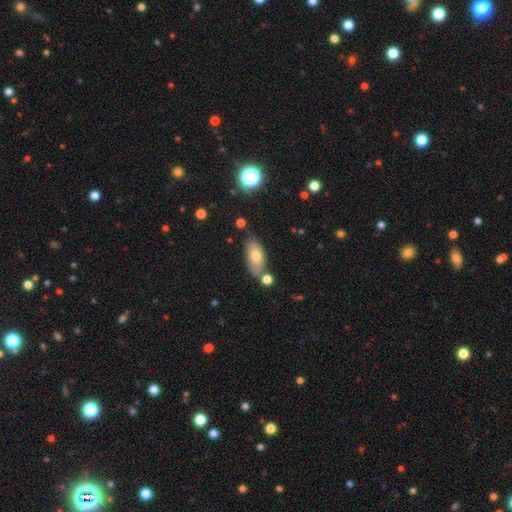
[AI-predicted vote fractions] smooth-or-featured: smooth: 69% | featured or disk: 22% | star or artifact: 10%
  how-rounded: in between: 87% | cigar-shaped: 9% | round: 4%
  merging: none: 67% | minor disturbance: 17% | merger: 12% | major disturbance: 4%